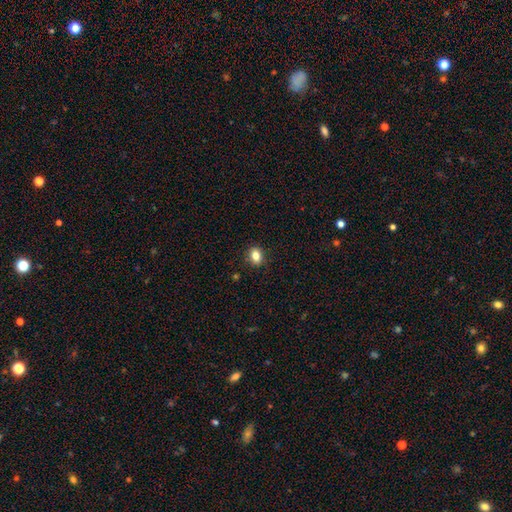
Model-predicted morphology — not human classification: A smooth galaxy with no disk features (83%) that is in between round and cigar-shaped (65%).

Vote fractions:
- Smooth or featured? smooth: 83% / star or artifact: 10% / featured or disk: 7%
- How rounded? in between: 65% / round: 34% / cigar-shaped: 1%
- Merging? none: 89% / minor disturbance: 8% / major disturbance: 2% / merger: 1%